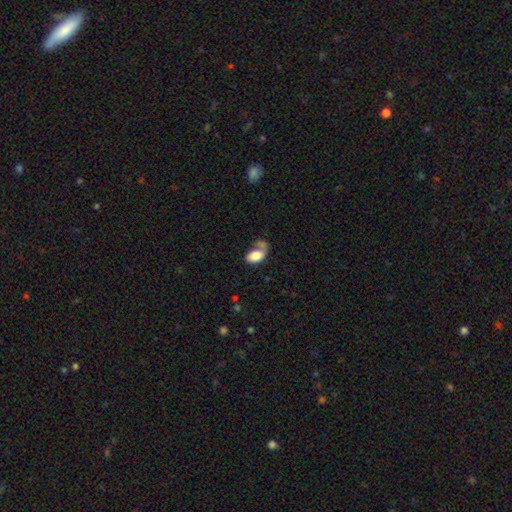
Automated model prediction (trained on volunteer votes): The model was most divided on "merging": none: 30%, major disturbance: 27%, minor disturbance: 21%, merger: 21%. More confident: how rounded — in between (92%); smooth or featured — smooth (75%).